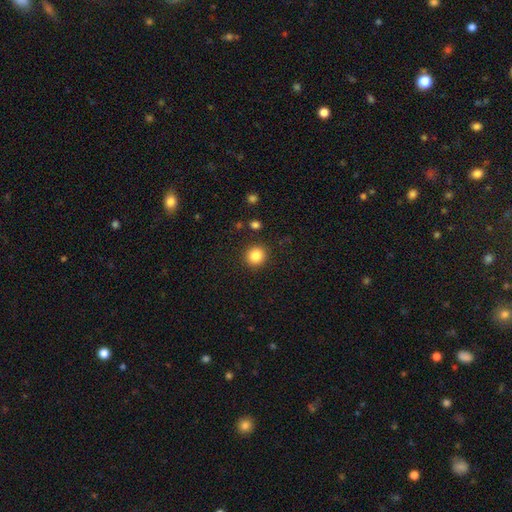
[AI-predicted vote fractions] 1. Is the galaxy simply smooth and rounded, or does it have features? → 85% smooth, 10% star or artifact, 5% featured or disk.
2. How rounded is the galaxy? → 90% round, 9% in between, 1% cigar-shaped.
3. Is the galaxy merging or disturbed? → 90% none, 6% minor disturbance, 2% major disturbance, 2% merger.